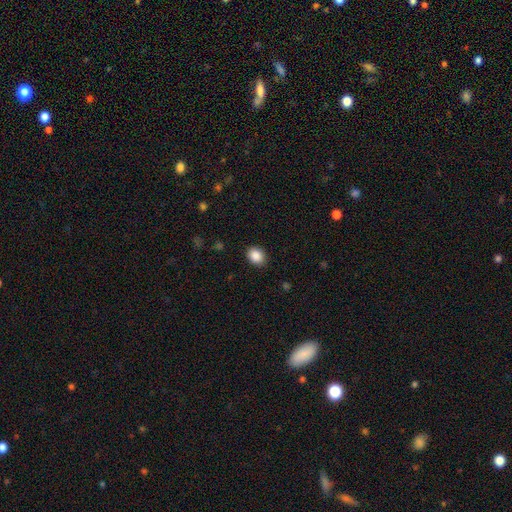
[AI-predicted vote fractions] Smooth or featured? Predicted: smooth (p=0.88). How rounded? Predicted: round (p=0.51). Merging? Predicted: none (p=0.89).